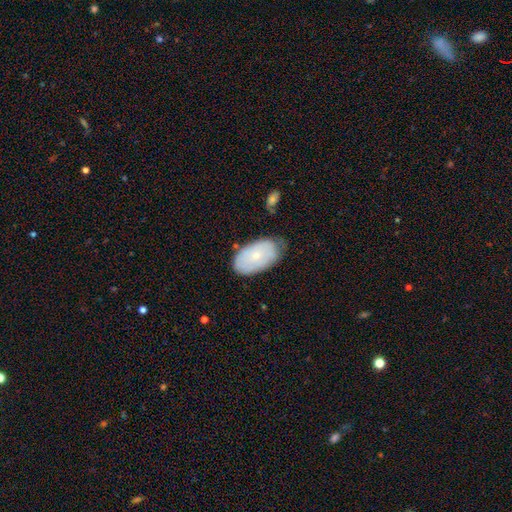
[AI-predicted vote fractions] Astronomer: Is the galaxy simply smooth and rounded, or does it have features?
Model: smooth — 62%.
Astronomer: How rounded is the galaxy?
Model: in between — 94%.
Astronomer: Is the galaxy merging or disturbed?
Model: none — 68%.